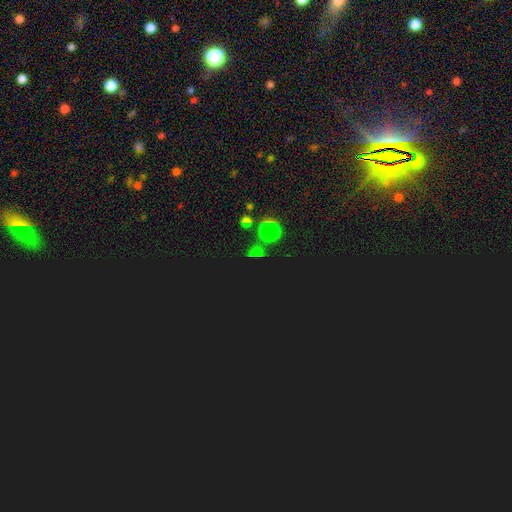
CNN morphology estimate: star or artifact 69%, smooth 23%, featured or disk 8%.